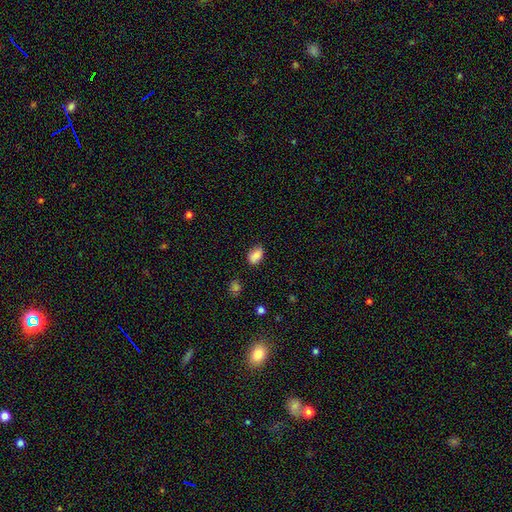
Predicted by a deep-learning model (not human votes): A smooth galaxy with no disk features (85%) that is in between round and cigar-shaped (87%).

Vote fractions:
- Smooth or featured? smooth: 85% / star or artifact: 9% / featured or disk: 6%
- How rounded? in between: 87% / round: 11% / cigar-shaped: 2%
- Merging? none: 78% / minor disturbance: 17% / major disturbance: 3% / merger: 2%